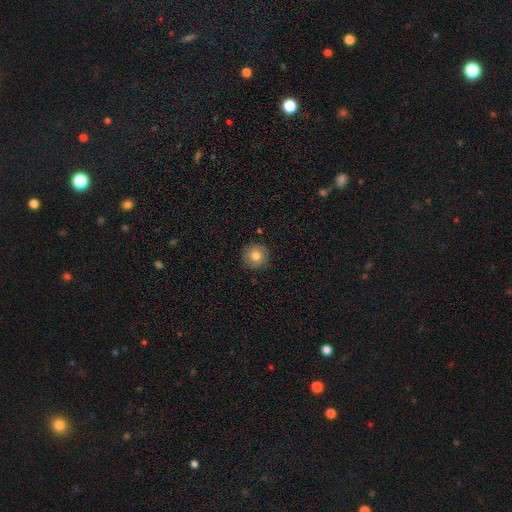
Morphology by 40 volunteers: A smooth galaxy with no disk features (92%) that is round (97%).

Vote fractions:
- Smooth or featured? smooth: 92% / featured or disk: 8% / star or artifact: 0%
- How rounded? round: 97% / cigar-shaped: 3% / in between: 0%
- Merging? none: 85% / minor disturbance: 8% / major disturbance: 5% / merger: 2%